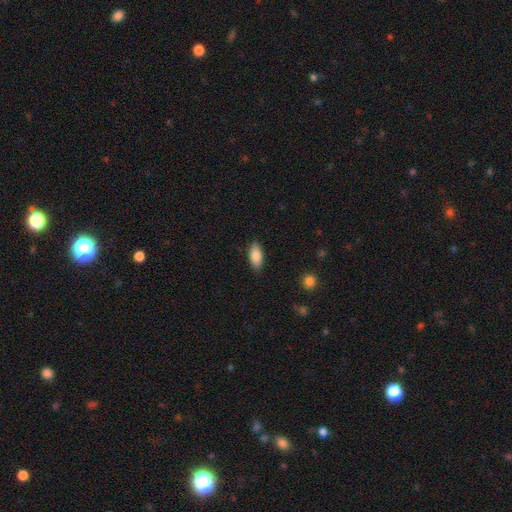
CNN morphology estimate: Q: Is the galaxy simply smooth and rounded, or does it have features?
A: smooth — 85%.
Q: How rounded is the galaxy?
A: in between — 87%.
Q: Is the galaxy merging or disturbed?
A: none — 86%.